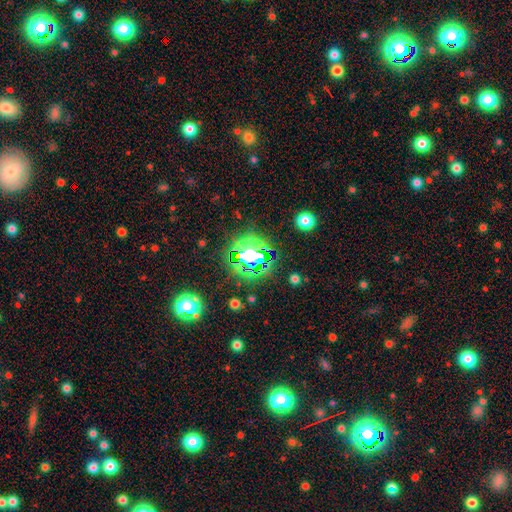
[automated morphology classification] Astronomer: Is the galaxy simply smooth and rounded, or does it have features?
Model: star or artifact — 67%.